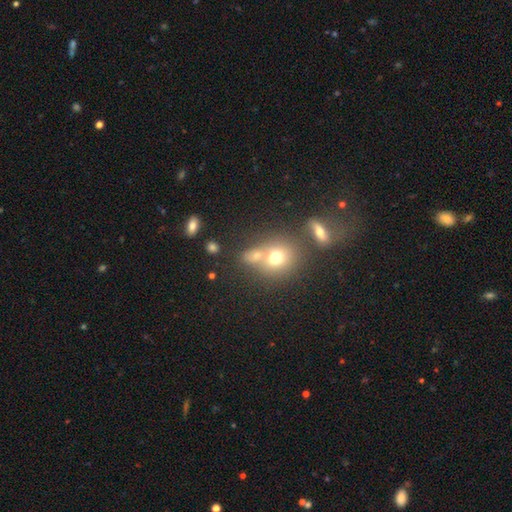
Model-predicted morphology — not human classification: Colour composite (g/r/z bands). It shows a smooth galaxy with no disk features (69%) that is round (64%). Merging: none (46%).